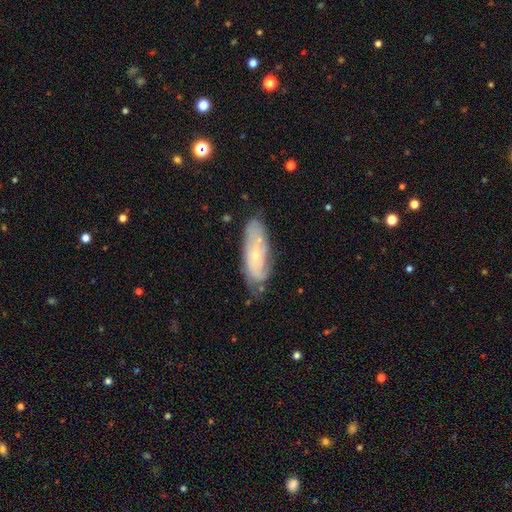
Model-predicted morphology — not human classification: type=featured or disk (65%); edge-on=no (84%); bar=no (72%); spiral arms=yes (79%); bulge=small (72%); merging=none (68%).